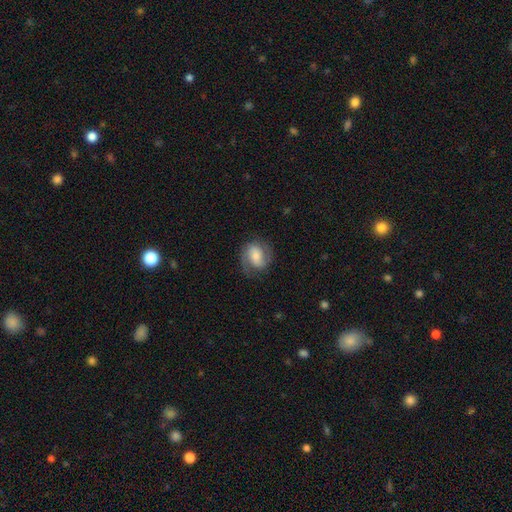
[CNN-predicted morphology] Smooth or featured? featured or disk (59%)
Edge-on disk? no (97%)
Bar? no (40%, tied with weak)
Spiral arms? yes (90%)
Spiral winding? medium (47%)
Spiral arm count? 2 (84%)
Bulge size? moderate (39%)
Merging? none (71%)